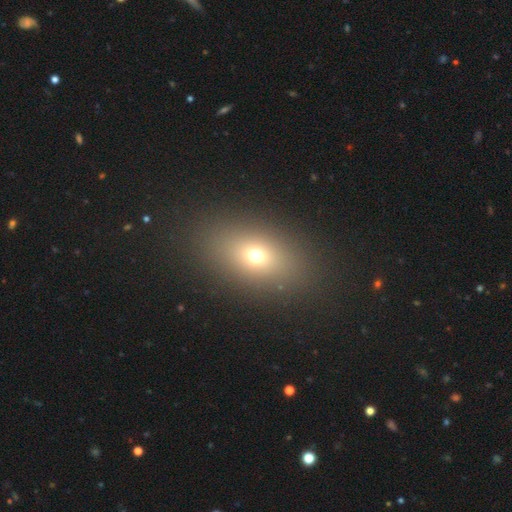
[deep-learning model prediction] The model was most divided on "smooth or featured": smooth: 68%, star or artifact: 17%, featured or disk: 15%. More confident: merging — none (86%); how rounded — in between (76%).